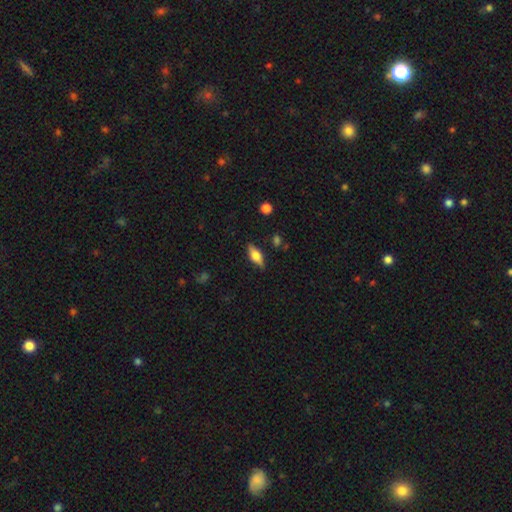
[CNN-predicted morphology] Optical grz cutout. It shows a smooth galaxy with no disk features (49%). Merging: none (84%).